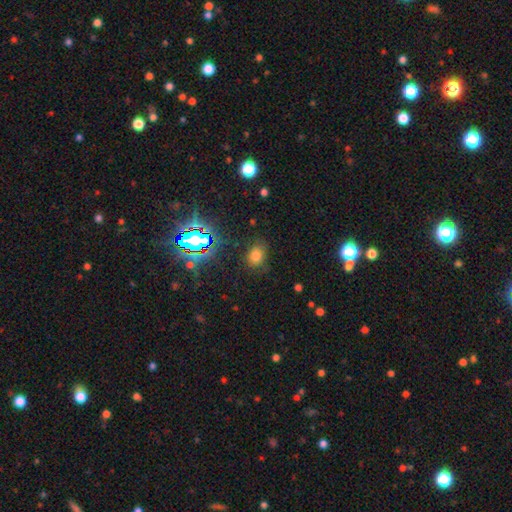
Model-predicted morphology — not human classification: Smooth or featured: smooth — 69% (star or artifact — 23%)
How rounded: in between — 61% (round — 37%)
Merging: none — 77% (minor disturbance — 16%)